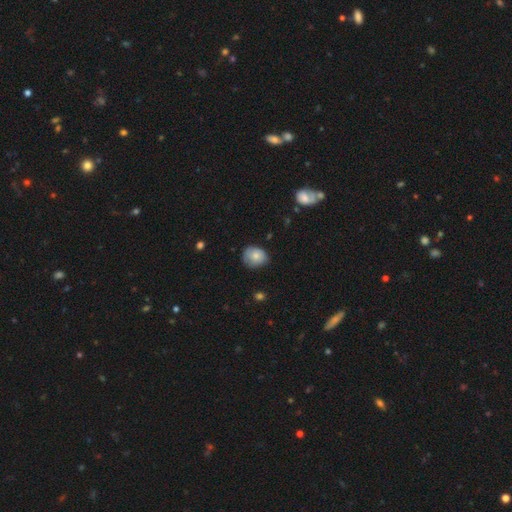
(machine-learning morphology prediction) A smooth galaxy with no disk features (77%) that is round (60%).

Vote fractions:
- Smooth or featured? smooth: 77% / featured or disk: 15% / star or artifact: 8%
- How rounded? round: 60% / in between: 39% / cigar-shaped: 1%
- Merging? none: 65% / minor disturbance: 29% / major disturbance: 5% / merger: 1%